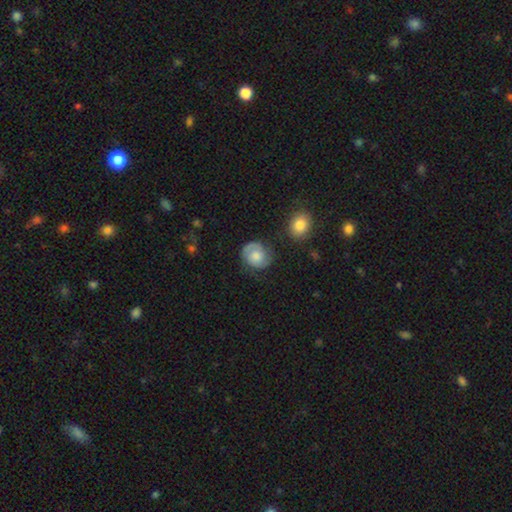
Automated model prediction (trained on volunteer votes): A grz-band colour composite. It shows a featured or disk galaxy (51%). Merging: none (67%).